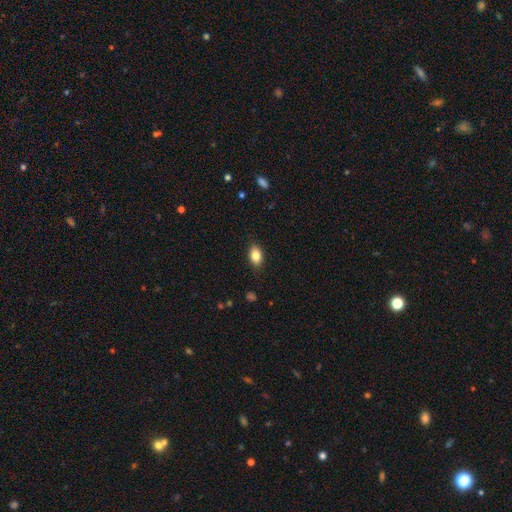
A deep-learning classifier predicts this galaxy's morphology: This is clearly a smooth galaxy (84%). How rounded: clearly in between (87%). Merging: clearly none (86%).